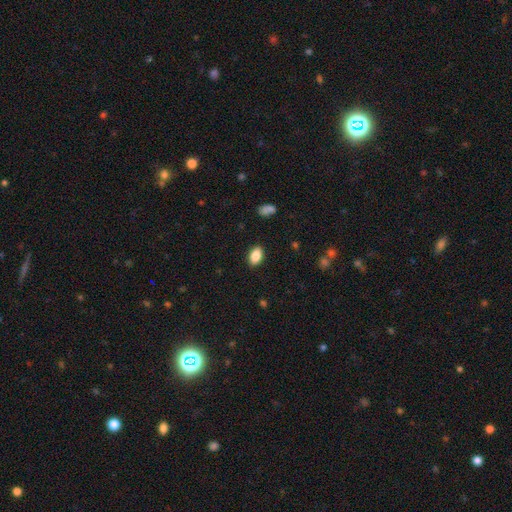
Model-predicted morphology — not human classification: Q: Smooth or featured?
A: smooth (87%); runner-up: star or artifact (7%)
Q: How rounded?
A: in between (91%); runner-up: round (7%)
Q: Merging?
A: none (88%); runner-up: minor disturbance (8%)